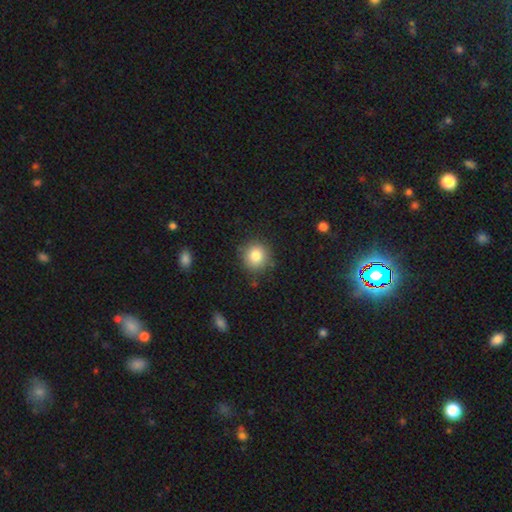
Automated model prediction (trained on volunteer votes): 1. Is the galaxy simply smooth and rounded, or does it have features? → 83% smooth, 10% star or artifact, 7% featured or disk.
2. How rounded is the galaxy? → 90% round, 9% in between, 1% cigar-shaped.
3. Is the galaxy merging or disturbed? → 85% none, 10% minor disturbance, 3% major disturbance, 2% merger.